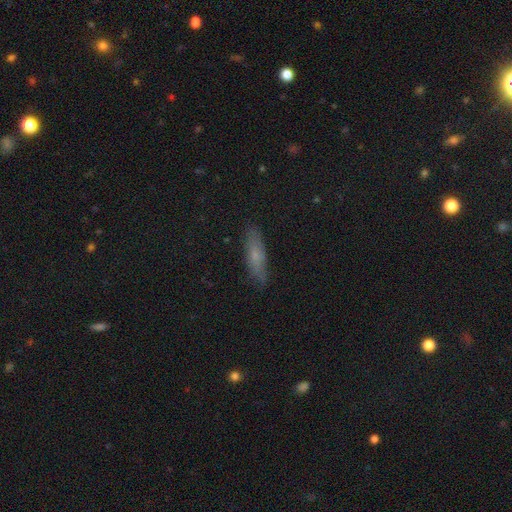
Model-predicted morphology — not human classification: Smooth or featured: smooth — 65% (featured or disk — 26%)
How rounded: cigar-shaped — 67% (in between — 31%)
Merging: none — 84% (minor disturbance — 12%)